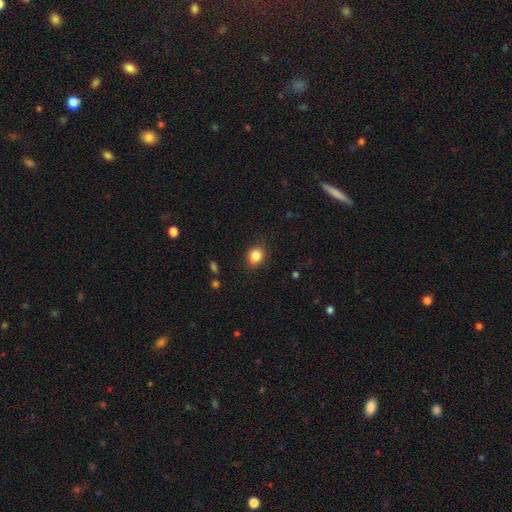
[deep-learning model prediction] A smooth galaxy with no disk features (84%) that is round (66%).

Vote fractions:
- Smooth or featured? smooth: 84% / star or artifact: 10% / featured or disk: 5%
- How rounded? round: 66% / in between: 33% / cigar-shaped: 1%
- Merging? none: 82% / minor disturbance: 13% / major disturbance: 3% / merger: 2%